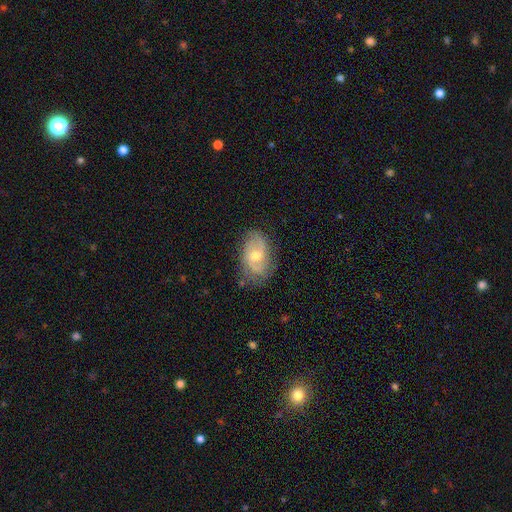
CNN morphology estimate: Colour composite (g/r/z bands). It shows a featured or disk galaxy (77%) with no bar (50%), 2 (74%) medium (47%) spiral arms (92%) and a moderate central bulge (65%). Merging: none (72%).